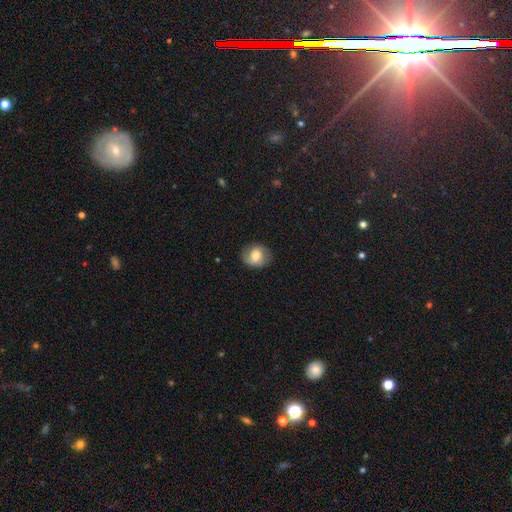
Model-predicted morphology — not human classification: Smooth or featured? Predicted: smooth (p=0.58). How rounded? Predicted: round (p=0.63). Merging? Predicted: none (p=0.79).